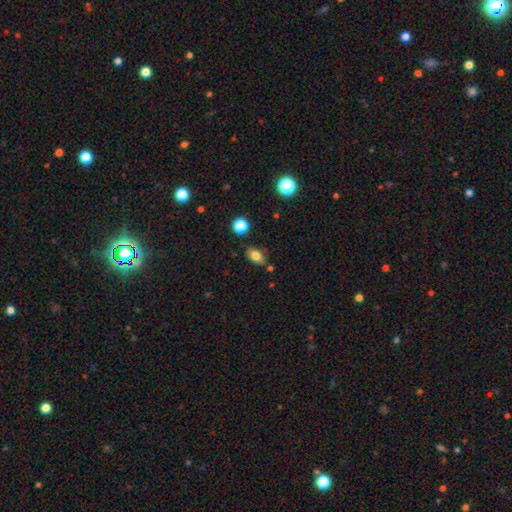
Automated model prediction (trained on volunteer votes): Overall: smooth (79%). How rounded: in between (85%). Merging: none (78%).